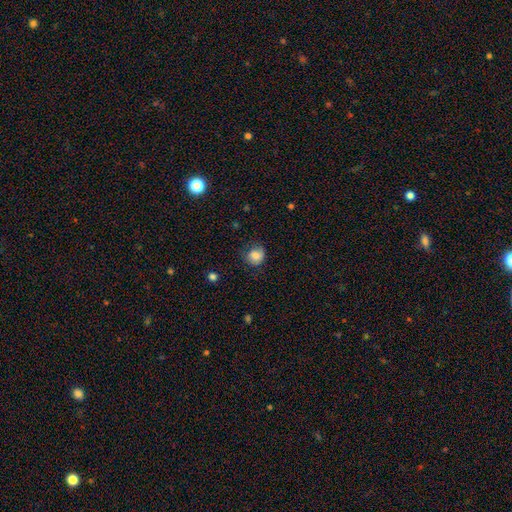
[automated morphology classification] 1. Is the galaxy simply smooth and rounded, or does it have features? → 83% smooth, 9% star or artifact, 8% featured or disk.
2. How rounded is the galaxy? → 76% round, 23% in between, 1% cigar-shaped.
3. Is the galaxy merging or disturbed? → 65% none, 26% minor disturbance, 8% major disturbance, 1% merger.